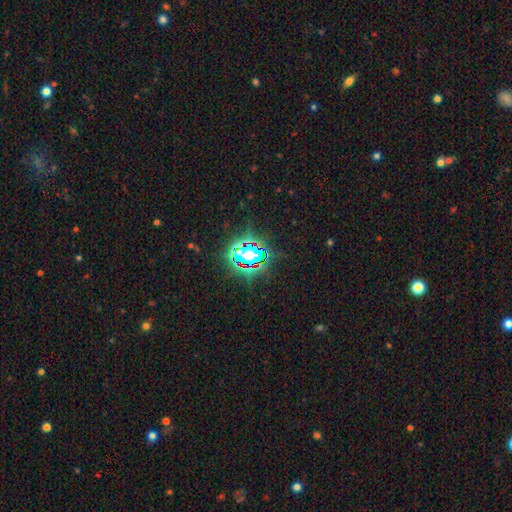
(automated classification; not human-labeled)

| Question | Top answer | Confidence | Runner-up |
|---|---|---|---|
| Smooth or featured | star or artifact | 79% | smooth (13%) |